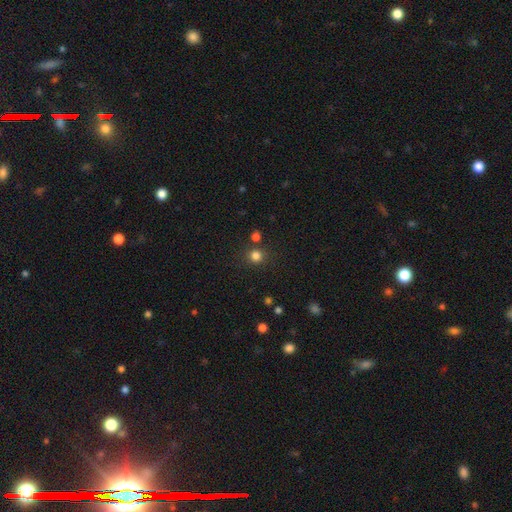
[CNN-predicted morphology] This is likely a smooth galaxy (80%). How rounded: clearly round (91%). Merging: clearly none (82%).